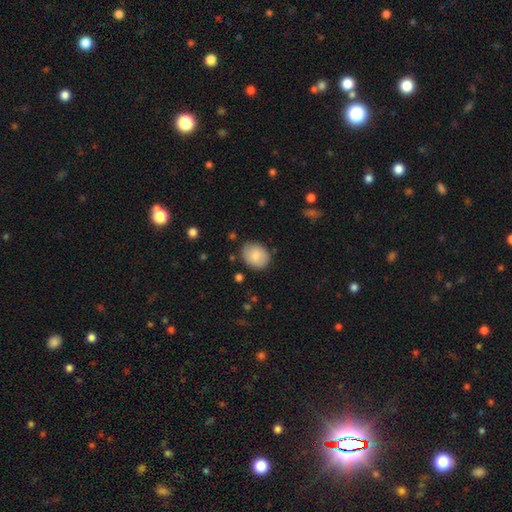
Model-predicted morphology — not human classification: Smooth or featured?
  - smooth: 81% *
  - featured or disk: 12%
  - star or artifact: 7%
How rounded?
  - round: 50% *
  - in between: 49%
  - cigar-shaped: 1%
Merging?
  - none: 82% *
  - minor disturbance: 14%
  - major disturbance: 3%
  - merger: 2%